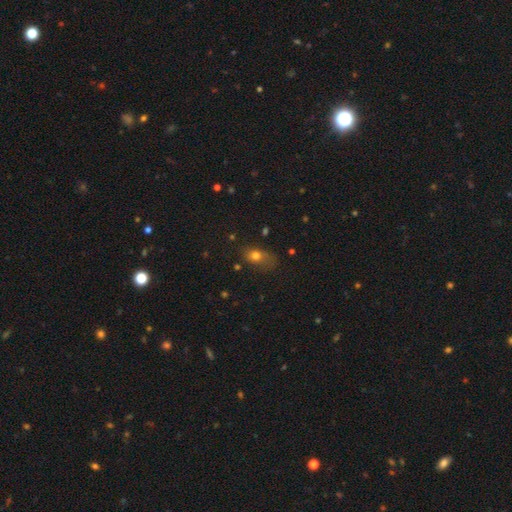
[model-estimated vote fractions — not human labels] A smooth galaxy with no disk features (74%) that is in between round and cigar-shaped (71%).

Vote fractions:
- Smooth or featured? smooth: 74% / star or artifact: 13% / featured or disk: 12%
- How rounded? in between: 71% / round: 25% / cigar-shaped: 4%
- Merging? none: 54% / minor disturbance: 29% / major disturbance: 14% / merger: 3%